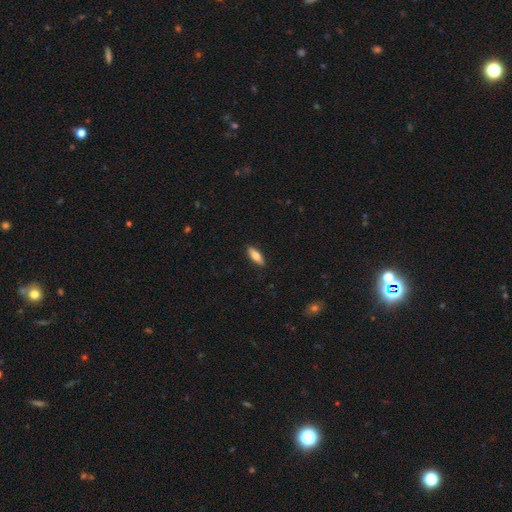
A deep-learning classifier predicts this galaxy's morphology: A smooth galaxy with no disk features (72%) that is in between round and cigar-shaped (58%).

Vote fractions:
- Smooth or featured? smooth: 72% / featured or disk: 22% / star or artifact: 6%
- How rounded? in between: 58% / cigar-shaped: 39% / round: 2%
- Merging? none: 90% / minor disturbance: 8% / major disturbance: 2% / merger: 1%